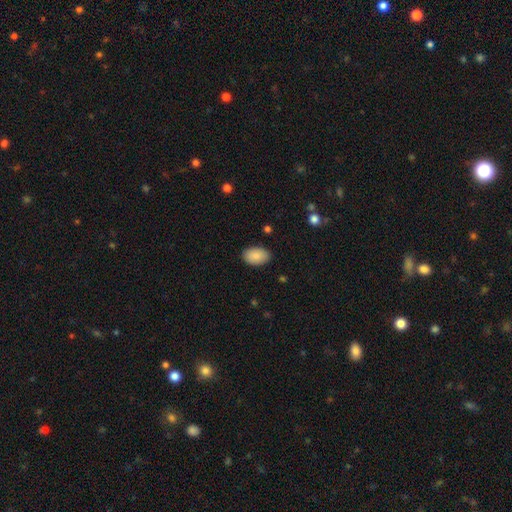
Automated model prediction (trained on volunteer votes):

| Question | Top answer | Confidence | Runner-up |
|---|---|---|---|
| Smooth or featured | smooth | 89% | star or artifact (6%) |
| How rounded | in between | 92% | round (7%) |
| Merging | none | 88% | minor disturbance (9%) |